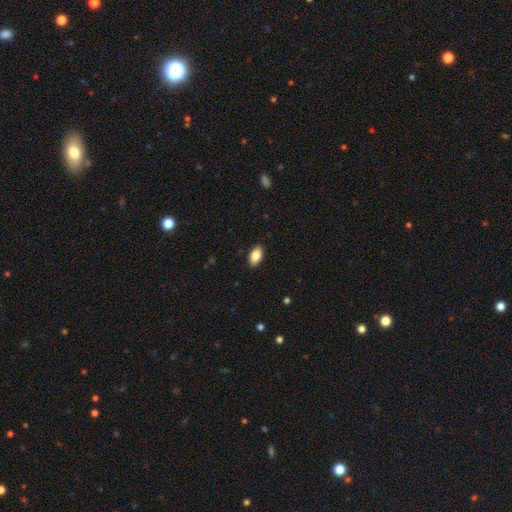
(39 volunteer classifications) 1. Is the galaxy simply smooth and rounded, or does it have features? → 87% smooth, 10% featured or disk, 3% star or artifact.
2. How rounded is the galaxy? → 100% in between, 0% round, 0% cigar-shaped.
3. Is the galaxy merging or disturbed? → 92% none, 5% minor disturbance, 3% major disturbance, 0% merger.